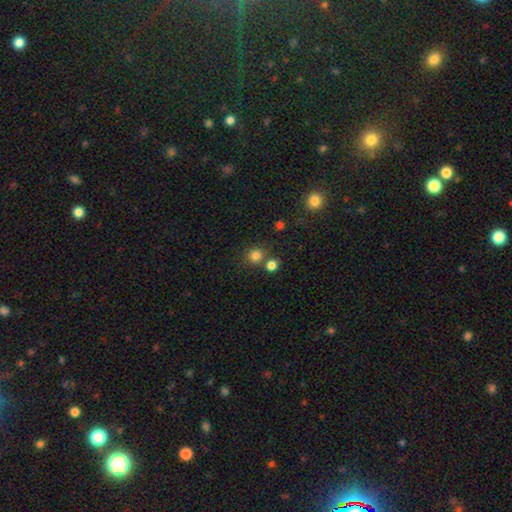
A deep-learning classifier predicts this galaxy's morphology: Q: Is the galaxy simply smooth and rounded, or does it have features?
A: smooth — 79%.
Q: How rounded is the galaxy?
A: round — 86%.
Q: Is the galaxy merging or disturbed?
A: none — 70%.